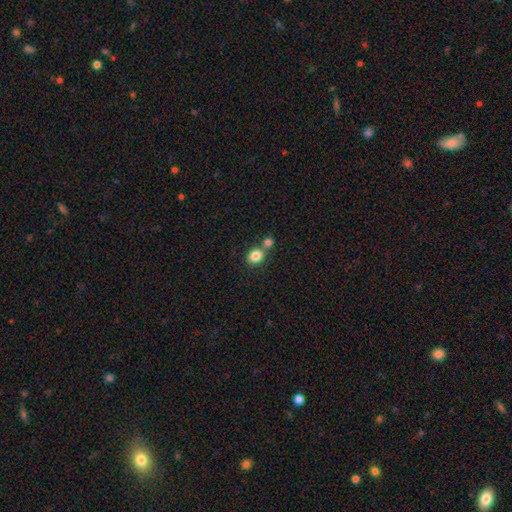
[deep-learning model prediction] smooth_or_featured: smooth (p=0.84) [alt: star or artifact p=0.09]
how_rounded: round (p=0.59) [alt: in between p=0.40]
merging: none (p=0.49) [alt: merger p=0.39]